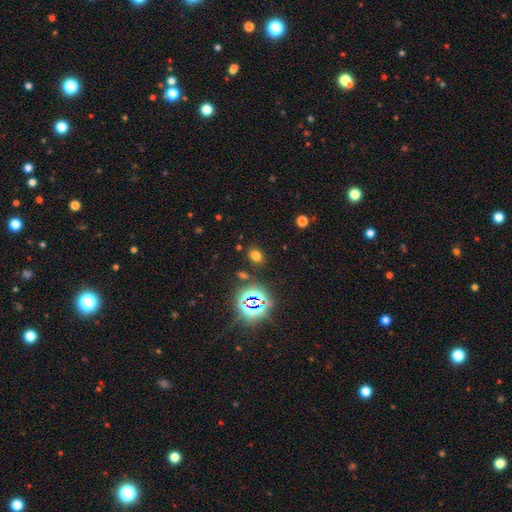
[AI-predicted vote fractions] smooth_or_featured: smooth (p=0.62) [alt: star or artifact p=0.31]
how_rounded: in between (p=0.66) [alt: round p=0.32]
merging: none (p=0.83) [alt: minor disturbance p=0.09]